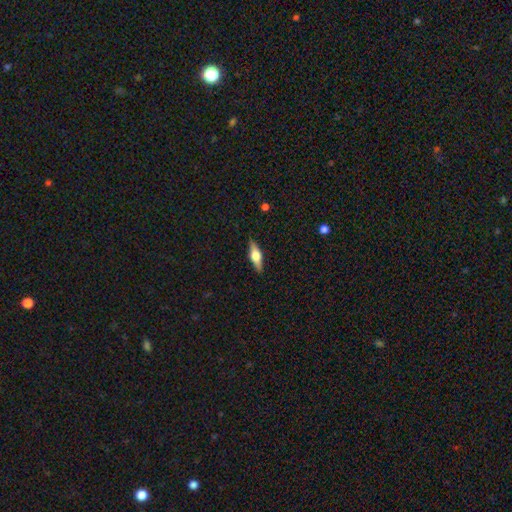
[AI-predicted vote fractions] Smooth or featured: featured or disk — 55% (smooth — 39%)
Edge-on disk: yes — 94% (no — 6%)
Edge-on bulge: rounded — 93% (boxy — 6%)
Merging: none — 88% (minor disturbance — 9%)